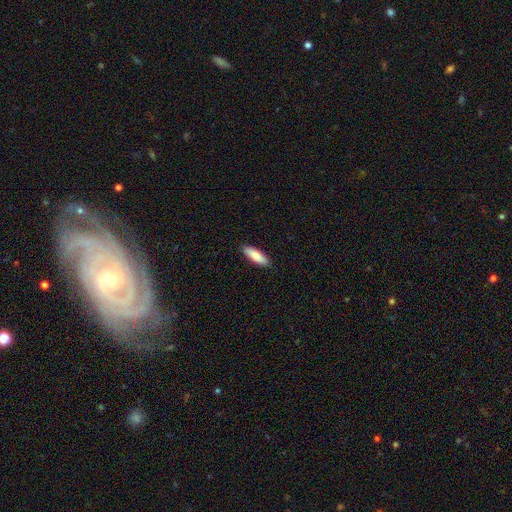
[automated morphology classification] Q: Smooth or featured?
A: smooth (84%); runner-up: featured or disk (11%)
Q: How rounded?
A: in between (51%); runner-up: cigar-shaped (47%)
Q: Merging?
A: none (90%); runner-up: minor disturbance (8%)